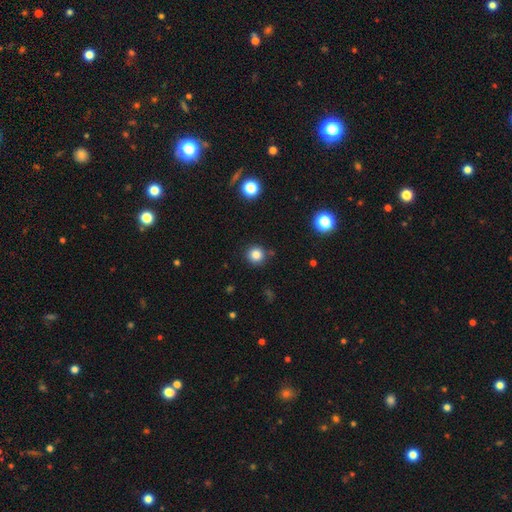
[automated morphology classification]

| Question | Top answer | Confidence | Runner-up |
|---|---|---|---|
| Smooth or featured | smooth | 83% | star or artifact (12%) |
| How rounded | round | 95% | in between (4%) |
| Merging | none | 87% | minor disturbance (8%) |